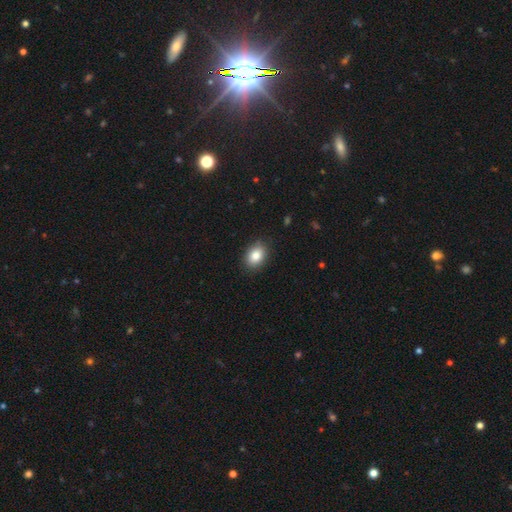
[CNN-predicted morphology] Q: Smooth or featured?
A: smooth (84%); runner-up: star or artifact (8%)
Q: How rounded?
A: in between (78%); runner-up: round (21%)
Q: Merging?
A: none (87%); runner-up: minor disturbance (10%)